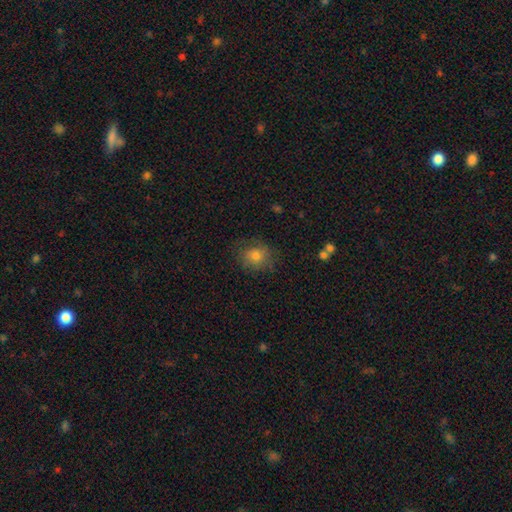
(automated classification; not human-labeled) smooth-or-featured: smooth: 71% | featured or disk: 16% | star or artifact: 12%
  how-rounded: round: 75% | in between: 24% | cigar-shaped: 1%
  merging: none: 75% | minor disturbance: 17% | major disturbance: 6% | merger: 1%